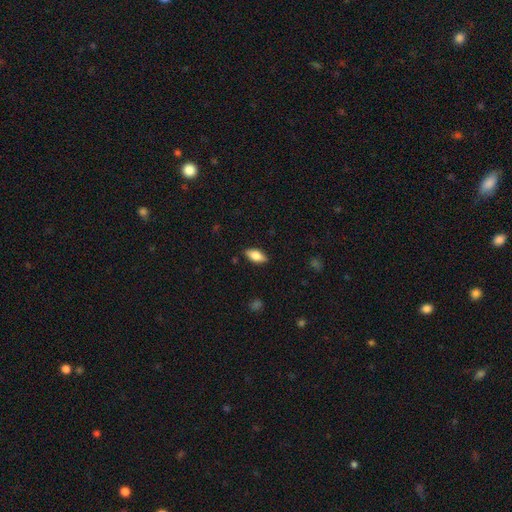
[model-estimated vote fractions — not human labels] A smooth galaxy with no disk features (72%) that is in between round and cigar-shaped (85%).

Vote fractions:
- Smooth or featured? smooth: 72% / featured or disk: 21% / star or artifact: 7%
- How rounded? in between: 85% / cigar-shaped: 12% / round: 3%
- Merging? none: 87% / minor disturbance: 10% / major disturbance: 2% / merger: 1%